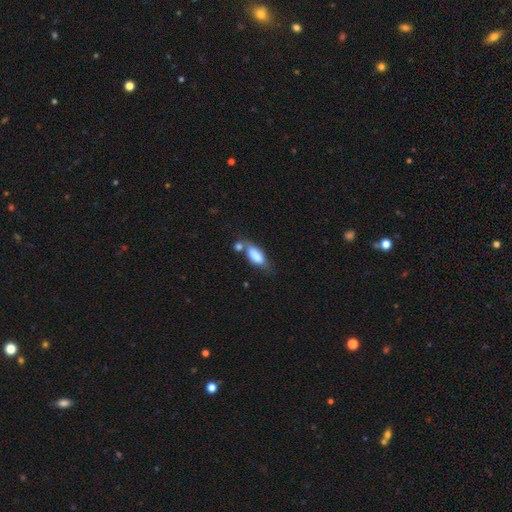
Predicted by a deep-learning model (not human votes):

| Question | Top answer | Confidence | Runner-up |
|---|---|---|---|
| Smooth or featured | smooth | 79% | featured or disk (13%) |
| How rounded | in between | 79% | cigar-shaped (18%) |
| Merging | none | 37% | merger (35%) |